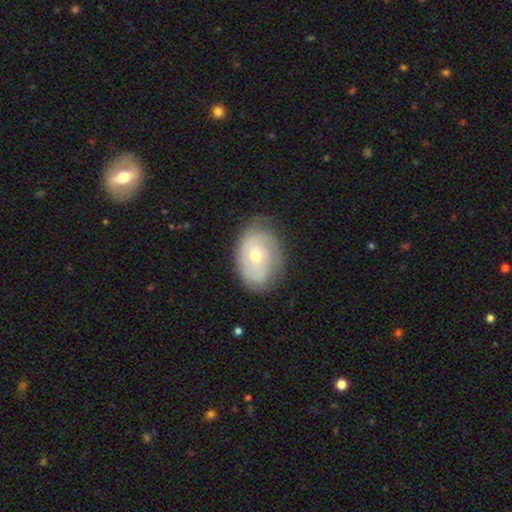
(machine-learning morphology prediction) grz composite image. It shows a featured or disk galaxy (58%) with no bar (81%), spiral arms (74%) and a small central bulge (50%). Merging: none (68%).